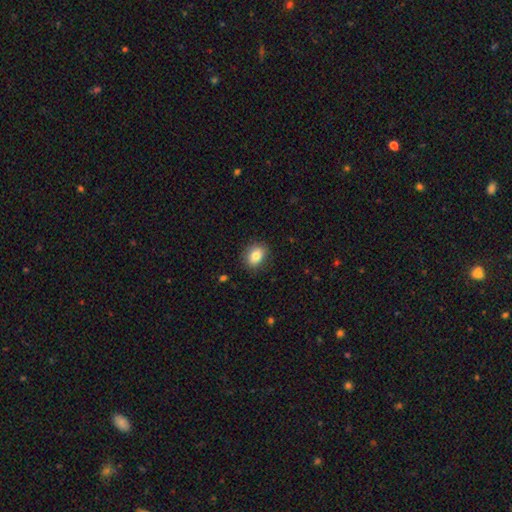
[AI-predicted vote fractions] Q: Smooth or featured?
A: smooth (82%); runner-up: star or artifact (9%)
Q: How rounded?
A: in between (62%); runner-up: round (37%)
Q: Merging?
A: none (87%); runner-up: minor disturbance (10%)